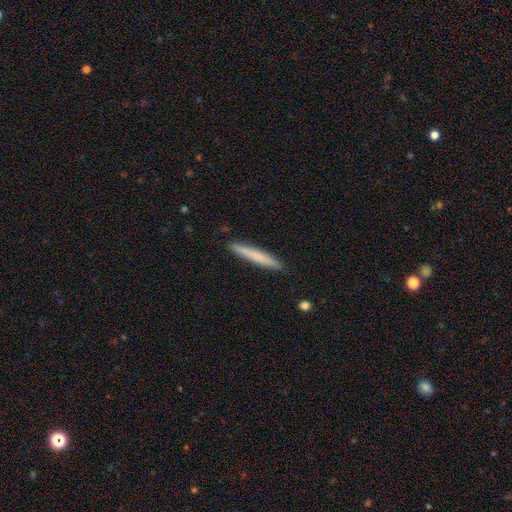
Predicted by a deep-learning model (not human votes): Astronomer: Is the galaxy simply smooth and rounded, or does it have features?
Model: smooth — 71%.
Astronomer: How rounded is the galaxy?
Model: cigar-shaped — 97%.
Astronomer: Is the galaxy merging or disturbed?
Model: none — 91%.